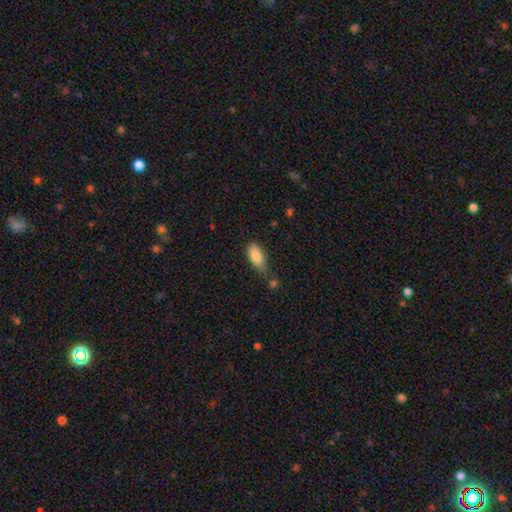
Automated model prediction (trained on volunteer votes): smooth_or_featured: smooth (p=0.86) [alt: featured or disk p=0.07]
how_rounded: in between (p=0.88) [alt: cigar-shaped p=0.09]
merging: none (p=0.57) [alt: minor disturbance p=0.28]